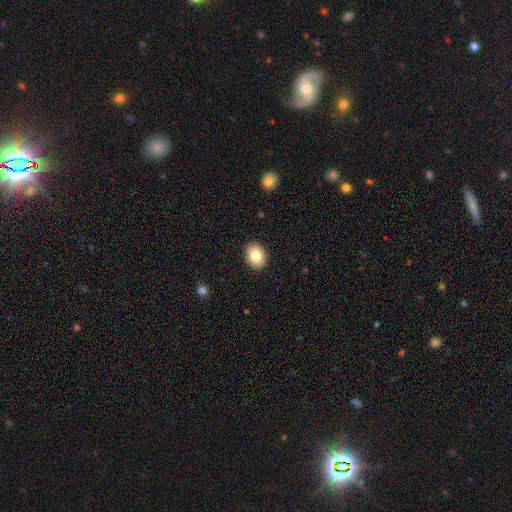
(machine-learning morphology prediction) This is clearly a smooth galaxy (82%). How rounded: likely in between (66%). Merging: clearly none (90%).